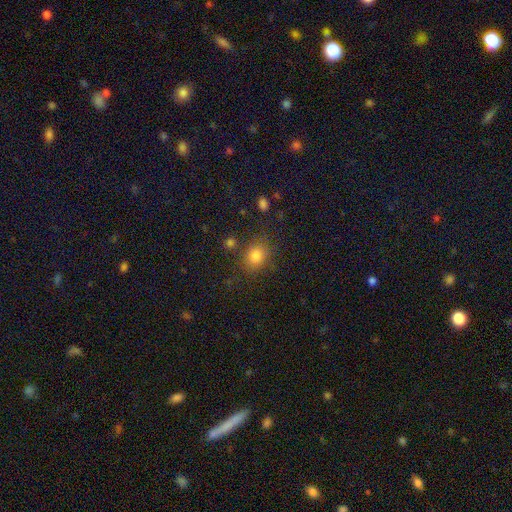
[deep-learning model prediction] The model was most divided on "how rounded": round: 54%, in between: 45%, cigar-shaped: 1%. More confident: smooth or featured — smooth (82%); merging — none (79%).